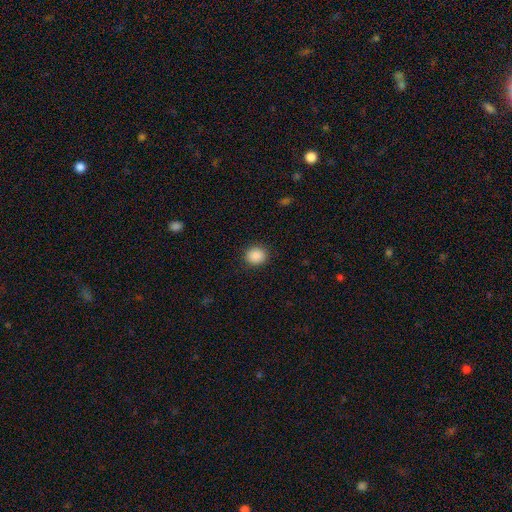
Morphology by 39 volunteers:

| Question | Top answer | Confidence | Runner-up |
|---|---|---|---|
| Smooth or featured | smooth | 92% | star or artifact (8%) |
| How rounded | round | 86% | in between (14%) |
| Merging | none | 89% | minor disturbance (11%) |